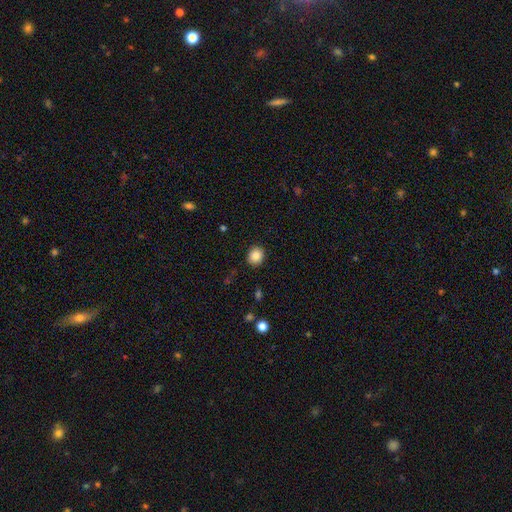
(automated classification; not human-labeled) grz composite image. It shows a smooth galaxy with no disk features (87%) that is round (79%). Merging: none (89%).